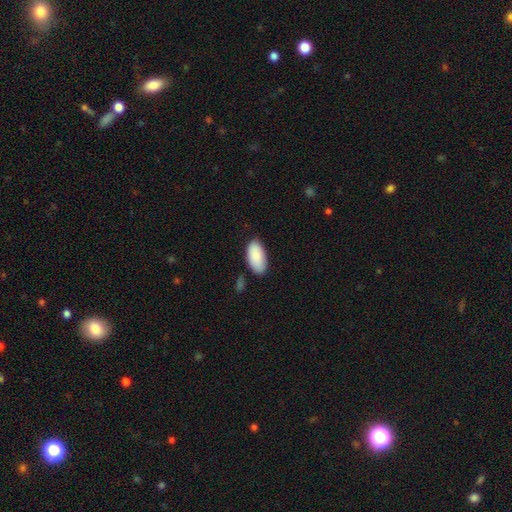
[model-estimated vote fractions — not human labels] The model was most divided on "merging": none: 79%, minor disturbance: 16%, major disturbance: 3%, merger: 3%. More confident: how rounded — in between (95%); smooth or featured — smooth (88%).